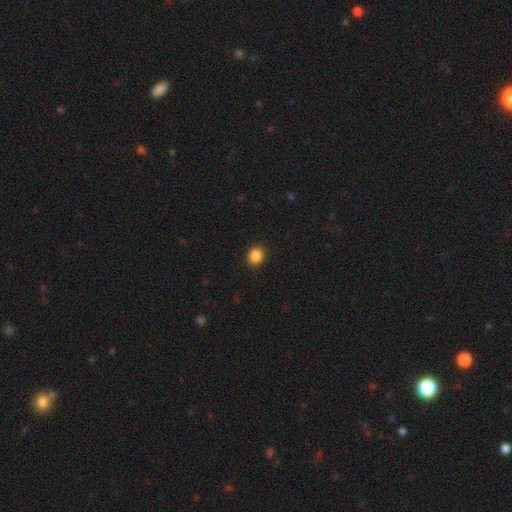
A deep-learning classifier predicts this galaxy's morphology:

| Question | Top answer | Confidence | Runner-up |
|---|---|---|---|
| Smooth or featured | smooth | 87% | star or artifact (10%) |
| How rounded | round | 70% | in between (29%) |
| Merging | none | 91% | minor disturbance (6%) |